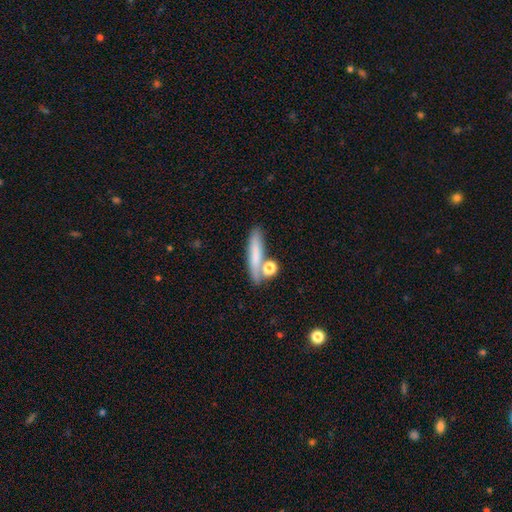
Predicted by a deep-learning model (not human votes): This is likely a smooth galaxy (71%). How rounded: likely cigar-shaped (69%). Merging: likely none (61%).